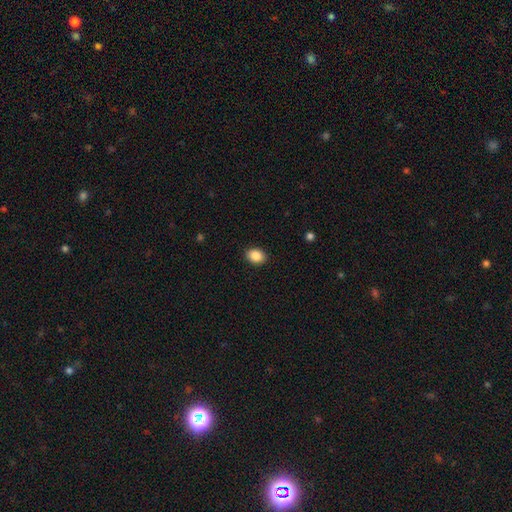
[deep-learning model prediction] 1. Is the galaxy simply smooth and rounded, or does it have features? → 89% smooth, 8% star or artifact, 3% featured or disk.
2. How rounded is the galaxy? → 68% in between, 31% round, 1% cigar-shaped.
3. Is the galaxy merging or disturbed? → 90% none, 7% minor disturbance, 2% major disturbance, 1% merger.